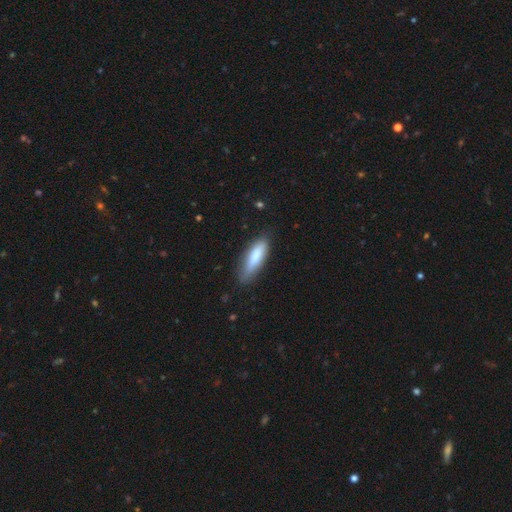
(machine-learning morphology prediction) Smooth or featured? Predicted: smooth (p=0.77). How rounded? Predicted: cigar-shaped (p=0.57). Merging? Predicted: none (p=0.69).